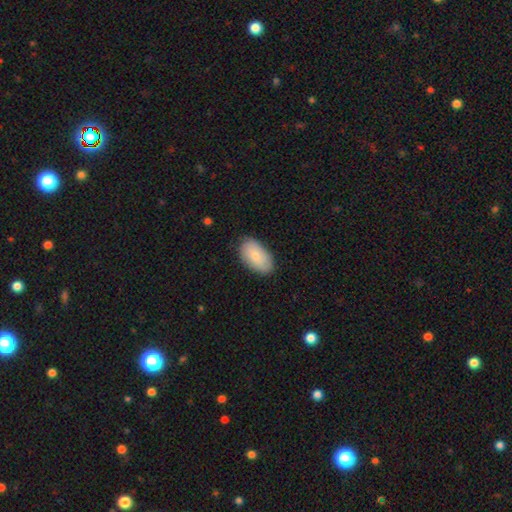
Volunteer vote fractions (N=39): smooth_or_featured: smooth (p=0.77) [alt: featured or disk p=0.18]
how_rounded: in between (p=0.93) [alt: cigar-shaped p=0.07]
merging: none (p=0.81) [alt: minor disturbance p=0.11]